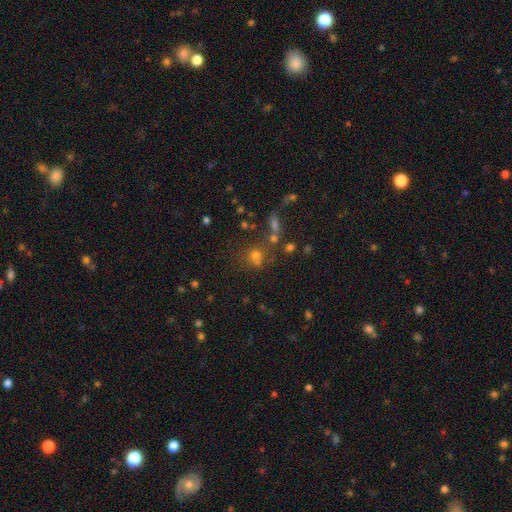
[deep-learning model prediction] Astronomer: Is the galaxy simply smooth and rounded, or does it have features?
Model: smooth — 56% (runner-up: star or artifact, 31%).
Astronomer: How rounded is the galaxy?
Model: round — 80%.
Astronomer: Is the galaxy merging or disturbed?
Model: none — 54%.